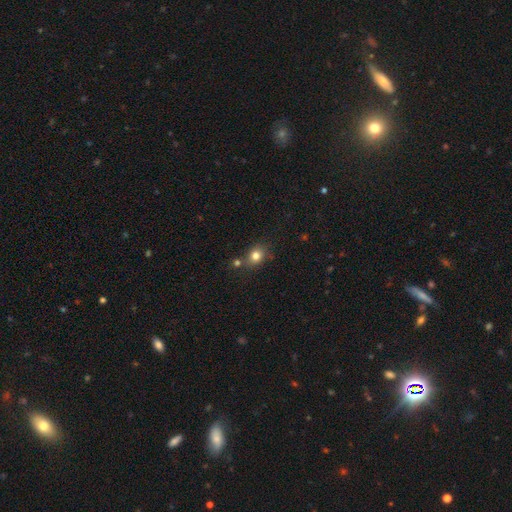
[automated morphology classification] smooth-or-featured: smooth: 80% | star or artifact: 12% | featured or disk: 8%
  how-rounded: round: 63% | in between: 36% | cigar-shaped: 1%
  merging: none: 67% | merger: 15% | minor disturbance: 13% | major disturbance: 4%